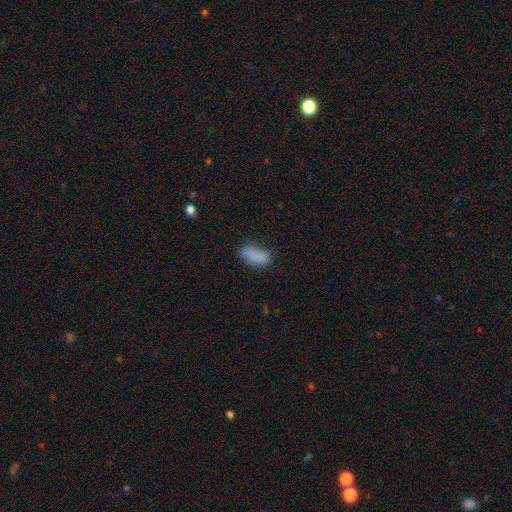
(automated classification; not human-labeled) Q: Smooth or featured?
A: smooth (81%); runner-up: featured or disk (9%)
Q: How rounded?
A: in between (84%); runner-up: cigar-shaped (12%)
Q: Merging?
A: none (58%); runner-up: minor disturbance (26%)